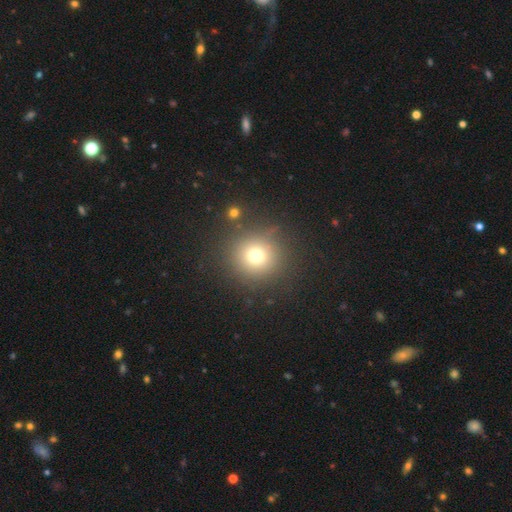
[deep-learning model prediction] smooth-or-featured: smooth: 72% | star or artifact: 18% | featured or disk: 11%
  how-rounded: round: 92% | in between: 7% | cigar-shaped: 1%
  merging: none: 84% | minor disturbance: 8% | major disturbance: 5% | merger: 3%